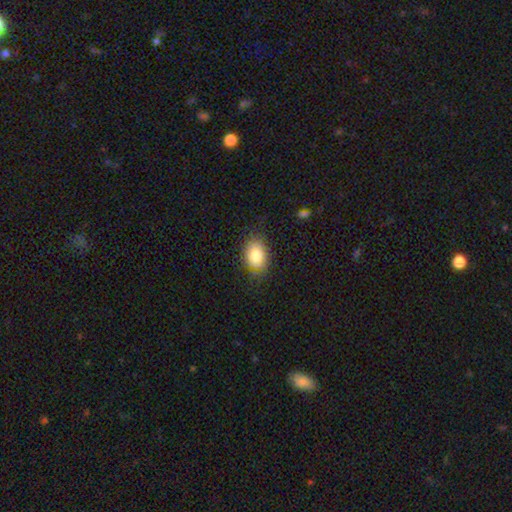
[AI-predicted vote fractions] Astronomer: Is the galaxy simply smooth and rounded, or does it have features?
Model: smooth — 81%.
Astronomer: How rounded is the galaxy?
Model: in between — 78%.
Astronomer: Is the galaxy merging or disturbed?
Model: none — 76%.